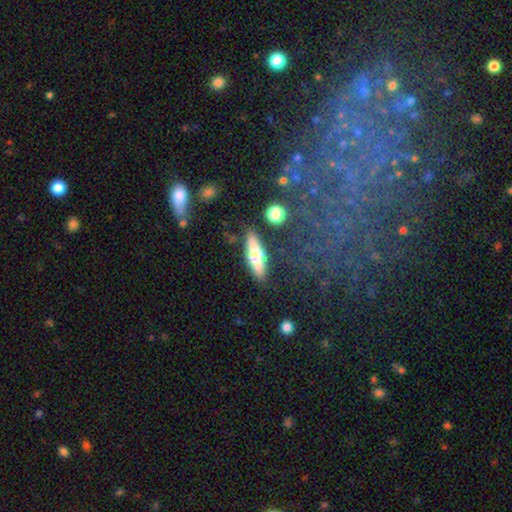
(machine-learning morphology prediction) This is possibly a smooth galaxy (51%). How rounded: likely cigar-shaped (61%). Merging: clearly none (82%).